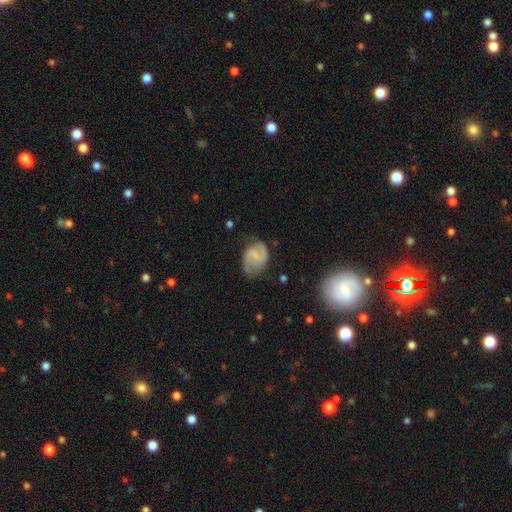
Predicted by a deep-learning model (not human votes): featured or disk 70%, smooth 23%, star or artifact 7%. Down the decision tree: edge-on disk — no (98%); bar — weak (50%); spiral arms — yes (91%); spiral arm count — 2 (87%); spiral winding — medium (49%); bulge size — none (52%); merging — none (65%).